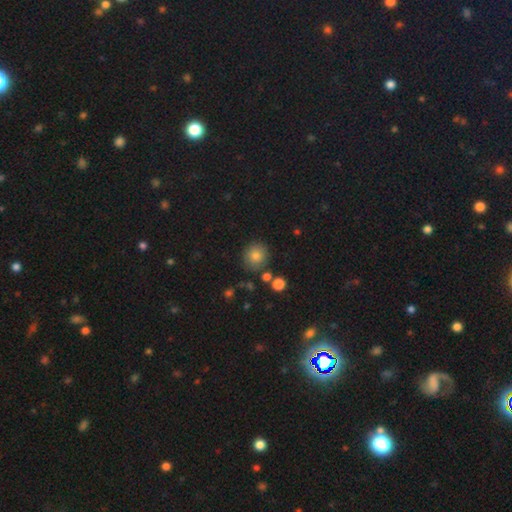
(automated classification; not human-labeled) Q: Smooth or featured?
A: smooth (81%); runner-up: star or artifact (11%)
Q: How rounded?
A: round (88%); runner-up: in between (11%)
Q: Merging?
A: none (81%); runner-up: minor disturbance (10%)